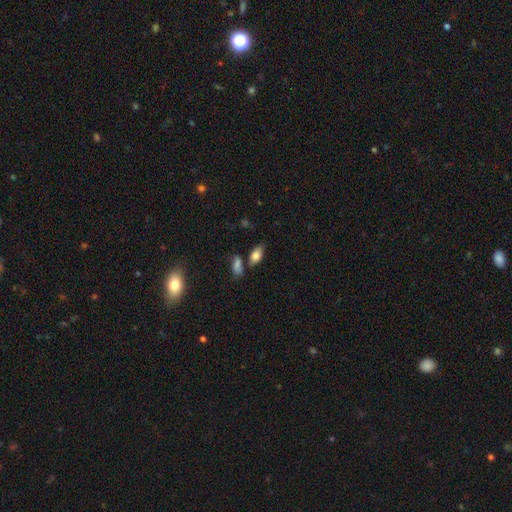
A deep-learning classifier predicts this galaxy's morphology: smooth_or_featured: smooth (p=0.78) [alt: featured or disk p=0.14]
how_rounded: in between (p=0.88) [alt: cigar-shaped p=0.08]
merging: none (p=0.67) [alt: merger p=0.15]